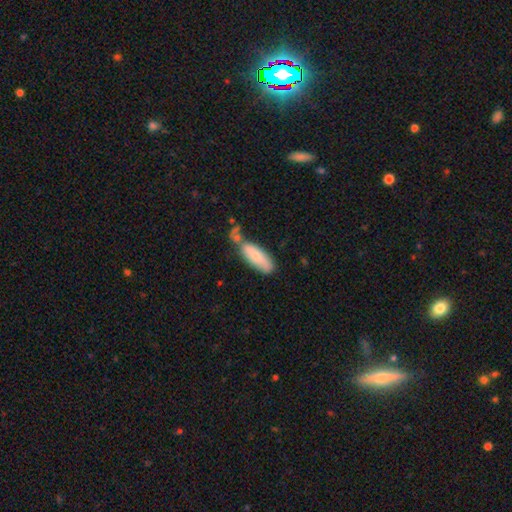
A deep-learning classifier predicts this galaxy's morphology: smooth_or_featured: smooth (p=0.78) [alt: featured or disk p=0.16]
how_rounded: in between (p=0.61) [alt: cigar-shaped p=0.37]
merging: none (p=0.49) [alt: minor disturbance p=0.24]